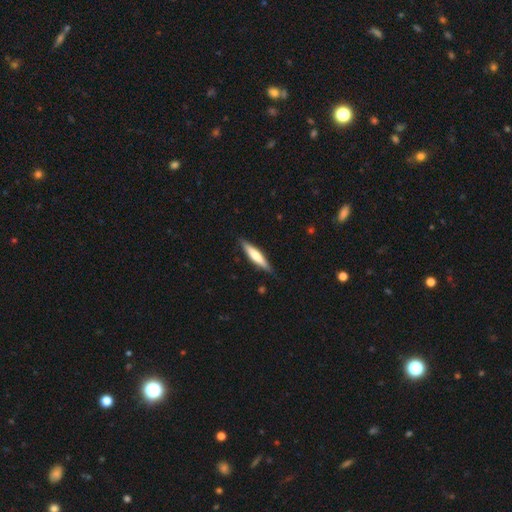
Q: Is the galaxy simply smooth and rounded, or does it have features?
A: smooth — 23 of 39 (59%).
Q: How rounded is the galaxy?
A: cigar-shaped — 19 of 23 (83%).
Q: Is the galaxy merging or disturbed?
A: none — 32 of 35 (91%).